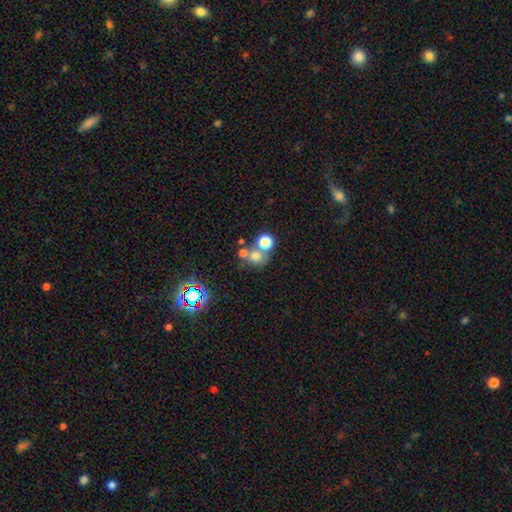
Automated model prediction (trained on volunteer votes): This is likely a smooth galaxy (66%). How rounded: likely round (78%). Merging: marginally none (44%).